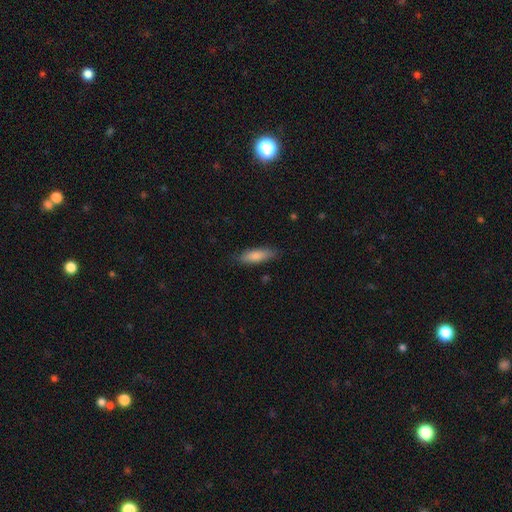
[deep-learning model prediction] Smooth or featured? Predicted: smooth (p=0.82). How rounded? Predicted: in between (p=0.50). Merging? Predicted: none (p=0.82).